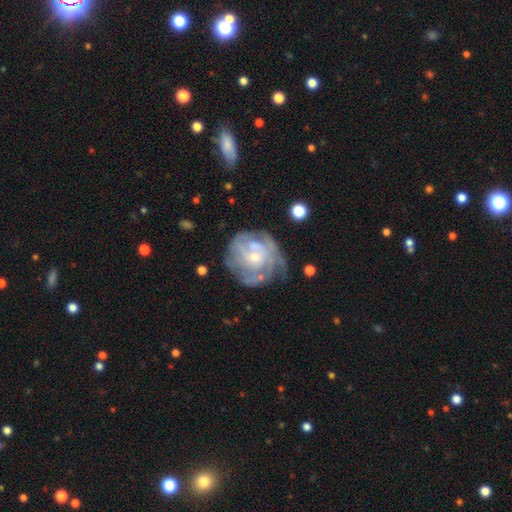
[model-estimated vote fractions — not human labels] smooth-or-featured: featured or disk: 79% | smooth: 14% | star or artifact: 7%
  disk-edge-on: no: 97% | yes: 3%
    bar: no: 72% | weak: 23% | strong: 5%
    has-spiral-arms: yes: 83% | no: 17%
      spiral-winding: tight: 67% | medium: 25% | loose: 8%
      spiral-arm-count: can't tell: 51% | 3: 14% | 2: 12% | 4: 12% | more than 4: 6% | 1: 5%
    bulge-size: small: 60% | moderate: 34% | none: 3% | large: 2% | dominant: 1%
  merging: none: 63% | minor disturbance: 20% | major disturbance: 12% | merger: 4%